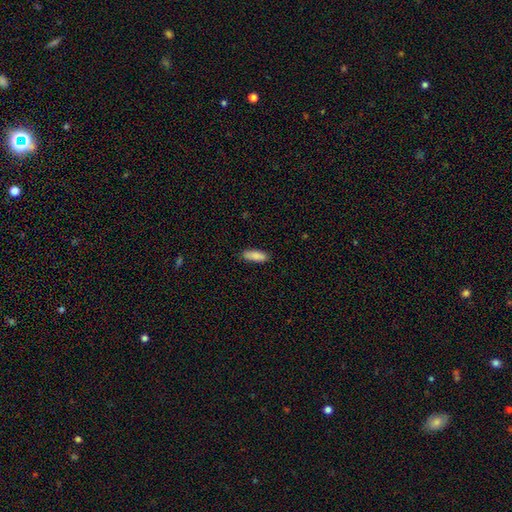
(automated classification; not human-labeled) This is clearly a smooth galaxy (89%). How rounded: likely in between (65%). Merging: clearly none (86%).